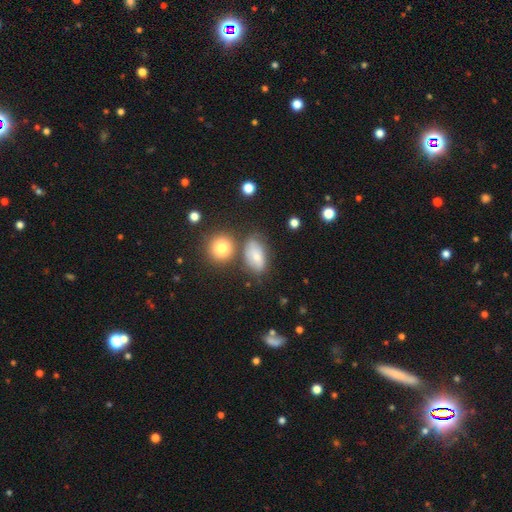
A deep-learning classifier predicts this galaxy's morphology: Q: Smooth or featured?
A: smooth (68%); runner-up: featured or disk (22%)
Q: How rounded?
A: in between (86%); runner-up: round (11%)
Q: Merging?
A: none (58%); runner-up: minor disturbance (22%)